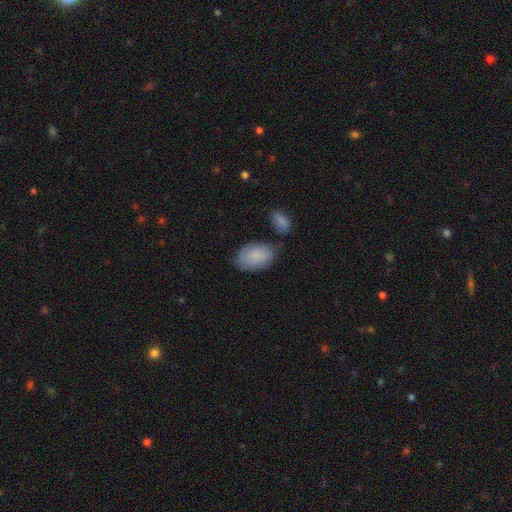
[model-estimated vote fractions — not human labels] smooth-or-featured: smooth: 81% | featured or disk: 12% | star or artifact: 6%
  how-rounded: in between: 91% | round: 7% | cigar-shaped: 1%
  merging: none: 61% | minor disturbance: 21% | merger: 12% | major disturbance: 6%